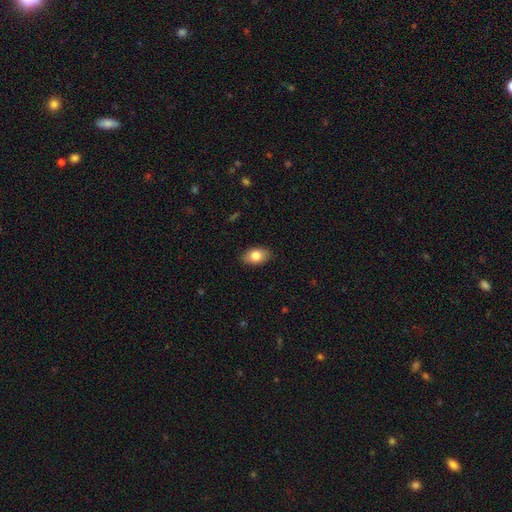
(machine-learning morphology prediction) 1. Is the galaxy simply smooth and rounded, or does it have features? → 82% smooth, 11% featured or disk, 8% star or artifact.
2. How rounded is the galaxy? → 86% in between, 12% round, 1% cigar-shaped.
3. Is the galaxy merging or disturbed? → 88% none, 9% minor disturbance, 2% major disturbance, 1% merger.